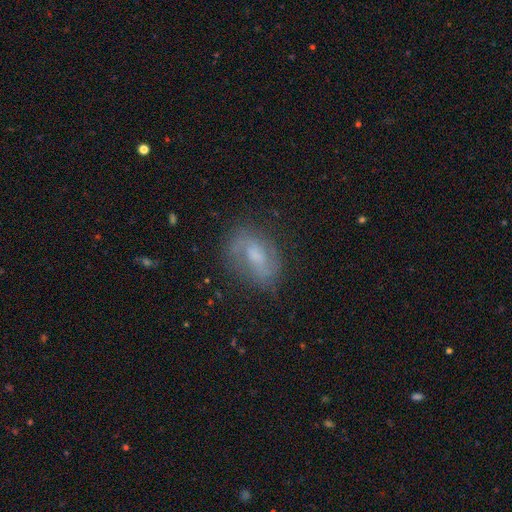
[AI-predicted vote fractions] A featured or disk galaxy (60%) with a weak bar (48%), spiral arms (81%) and a moderate central bulge (41%). Merging: none (67%).